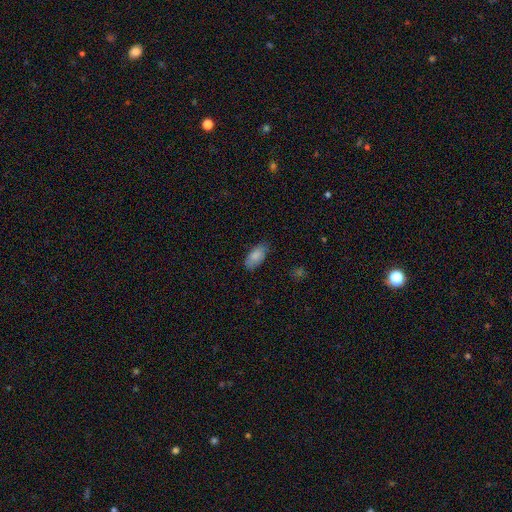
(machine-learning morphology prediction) A smooth galaxy with no disk features (85%) that is in between round and cigar-shaped (92%).

Vote fractions:
- Smooth or featured? smooth: 85% / featured or disk: 8% / star or artifact: 7%
- How rounded? in between: 92% / cigar-shaped: 6% / round: 2%
- Merging? none: 74% / minor disturbance: 21% / major disturbance: 4% / merger: 1%